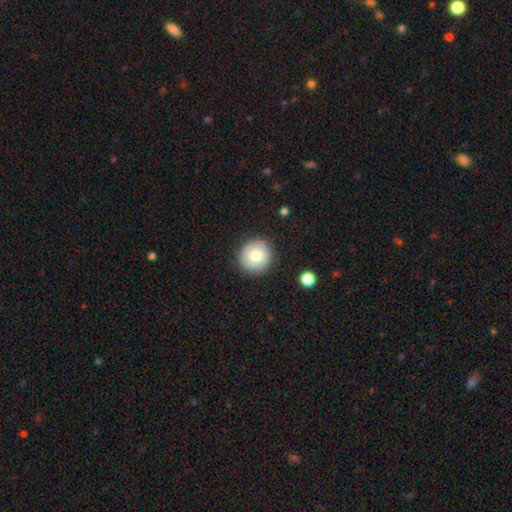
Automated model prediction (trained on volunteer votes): A smooth galaxy with no disk features (70%) that is round (92%). Merging: none (86%).